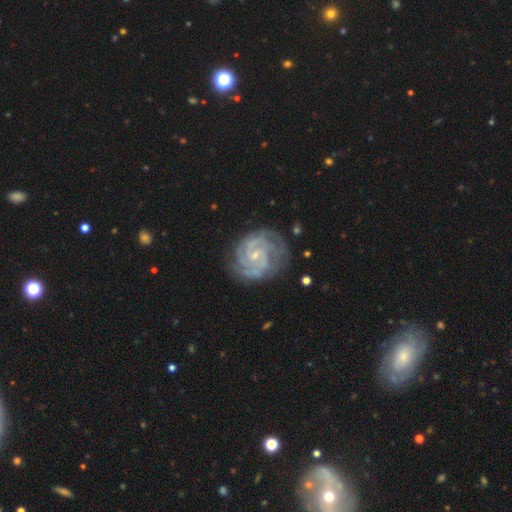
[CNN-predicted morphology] smooth_or_featured: featured or disk (p=0.90) [alt: star or artifact p=0.05]
disk_edge_on: no (p=0.98) [alt: yes p=0.02]
bar: no (p=0.51) [alt: weak p=0.39]
has_spiral_arms: yes (p=0.98) [alt: no p=0.02]
spiral_winding: tight (p=0.69) [alt: medium p=0.27]
spiral_arm_count: 2 (p=0.38) [alt: 3 p=0.25]
bulge_size: small (p=0.77) [alt: moderate p=0.17]
merging: none (p=0.76) [alt: minor disturbance p=0.17]